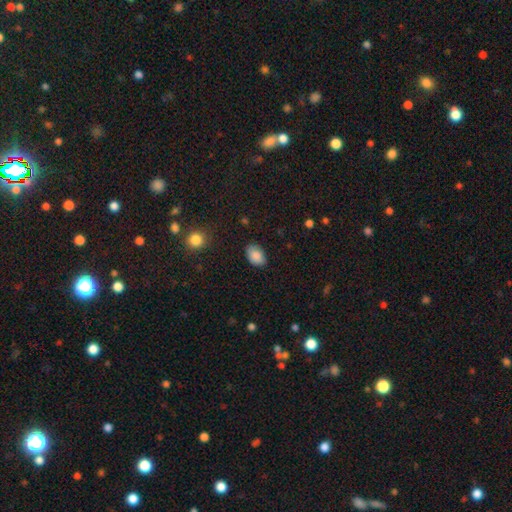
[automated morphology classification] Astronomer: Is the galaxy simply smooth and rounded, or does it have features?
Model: smooth — 87%.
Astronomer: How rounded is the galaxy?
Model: in between — 85%.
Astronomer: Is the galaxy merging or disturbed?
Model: none — 82%.